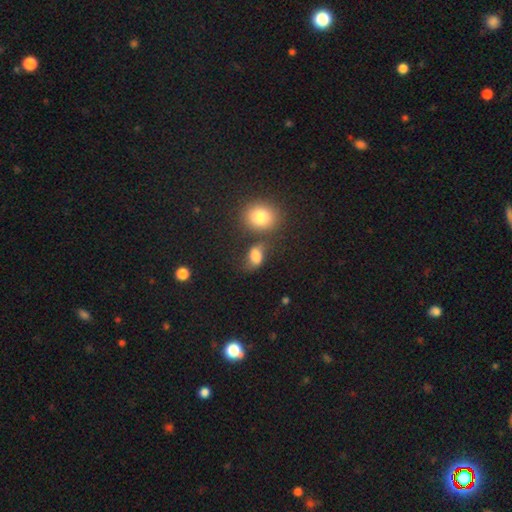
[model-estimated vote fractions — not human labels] This appears to be a smooth galaxy with no disk features (72%) that is in between round and cigar-shaped (72%). Merging: none (51%).